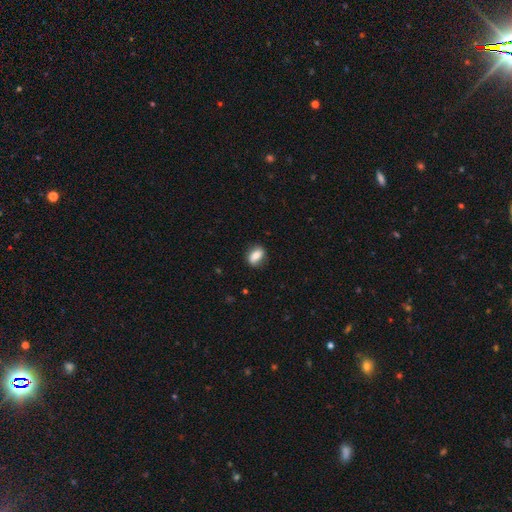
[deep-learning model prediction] smooth 77%, featured or disk 15%, star or artifact 8%. Down the decision tree: how rounded — in between (78%); merging — none (81%).